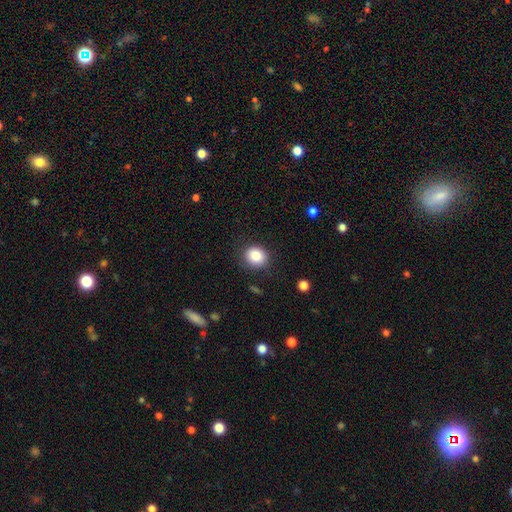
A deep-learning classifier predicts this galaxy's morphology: Smooth or featured: smooth — 86% (star or artifact — 9%)
How rounded: round — 77% (in between — 22%)
Merging: none — 85% (minor disturbance — 10%)